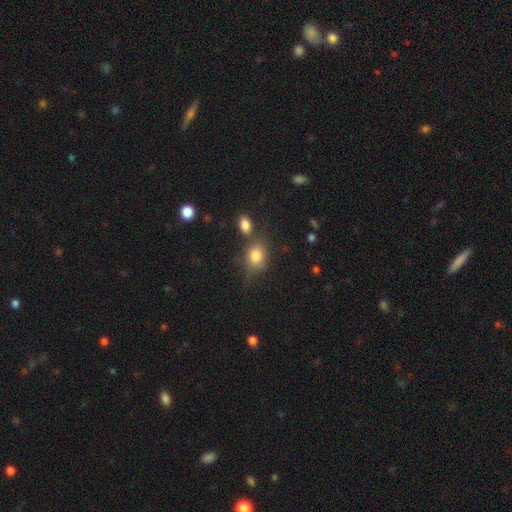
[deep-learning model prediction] smooth 80%, featured or disk 10%, star or artifact 10%. Down the decision tree: how rounded — in between (65%); merging — none (56%).